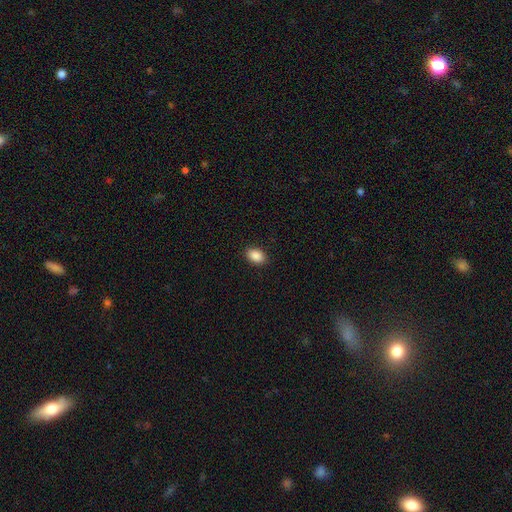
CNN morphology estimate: A smooth galaxy with no disk features (89%) that is in between round and cigar-shaped (83%). Merging: none (90%).